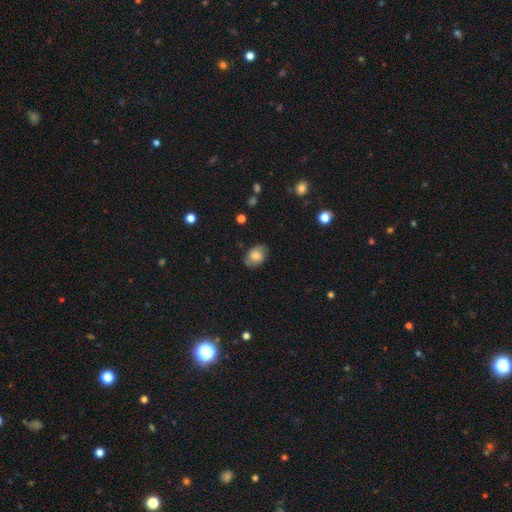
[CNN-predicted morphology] smooth-or-featured: smooth: 71% | featured or disk: 20% | star or artifact: 9%
  how-rounded: in between: 75% | round: 24% | cigar-shaped: 1%
  merging: none: 80% | minor disturbance: 15% | major disturbance: 3% | merger: 1%